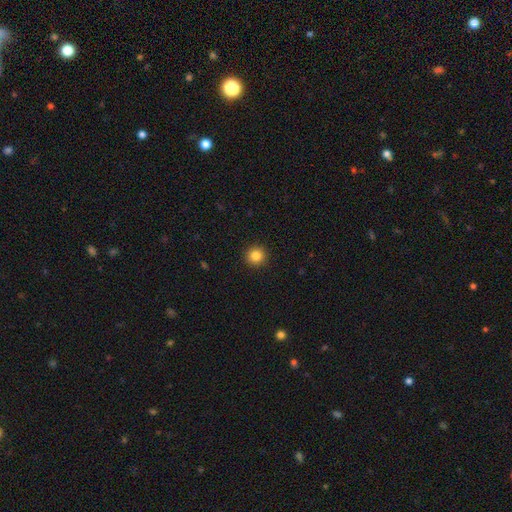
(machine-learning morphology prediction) Smooth or featured: smooth — 84% (star or artifact — 11%)
How rounded: round — 94% (in between — 5%)
Merging: none — 93% (minor disturbance — 5%)